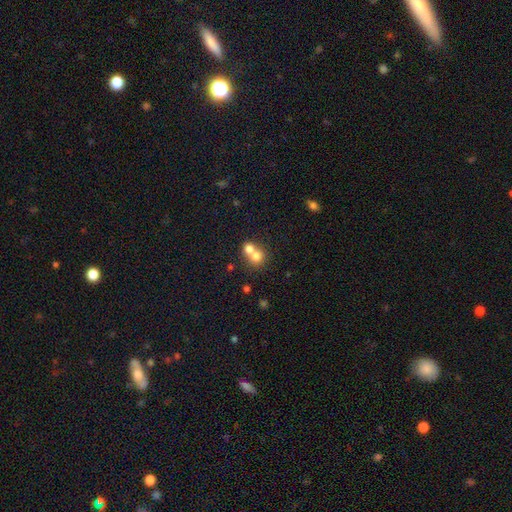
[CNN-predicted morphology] Smooth or featured? smooth (74%)
How rounded? round (76%)
Merging? merger (64%)